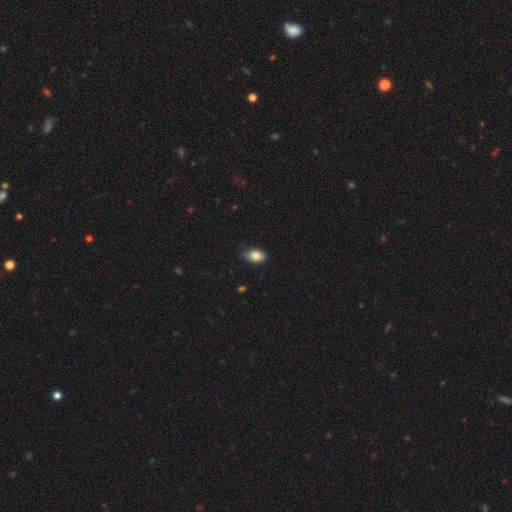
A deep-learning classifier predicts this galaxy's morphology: smooth-or-featured: smooth: 86% | star or artifact: 8% | featured or disk: 6%
  how-rounded: in between: 85% | round: 13% | cigar-shaped: 2%
  merging: none: 76% | minor disturbance: 20% | major disturbance: 3% | merger: 1%